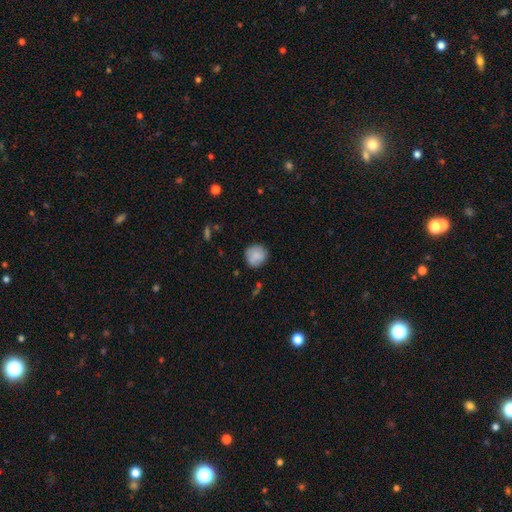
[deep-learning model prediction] This appears to be a smooth galaxy with no disk features (80%) that is round (91%). Merging: none (81%).